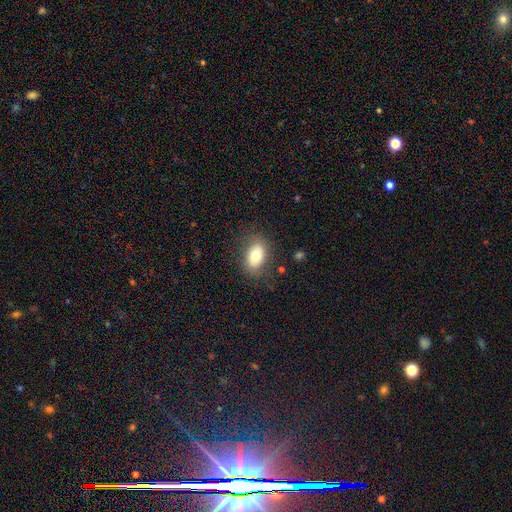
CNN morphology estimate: A smooth galaxy with no disk features (74%) that is in between round and cigar-shaped (86%).

Vote fractions:
- Smooth or featured? smooth: 74% / featured or disk: 17% / star or artifact: 8%
- How rounded? in between: 86% / round: 13% / cigar-shaped: 2%
- Merging? none: 80% / minor disturbance: 14% / major disturbance: 5% / merger: 1%